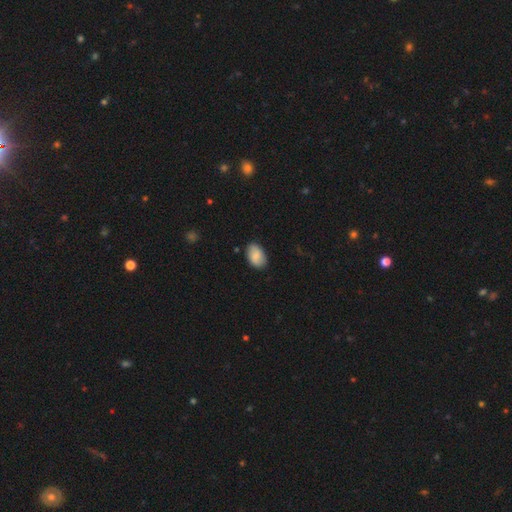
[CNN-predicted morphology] A smooth galaxy with no disk features (78%) that is in between round and cigar-shaped (90%).

Vote fractions:
- Smooth or featured? smooth: 78% / featured or disk: 15% / star or artifact: 7%
- How rounded? in between: 90% / round: 8% / cigar-shaped: 1%
- Merging? none: 84% / minor disturbance: 12% / major disturbance: 2% / merger: 1%